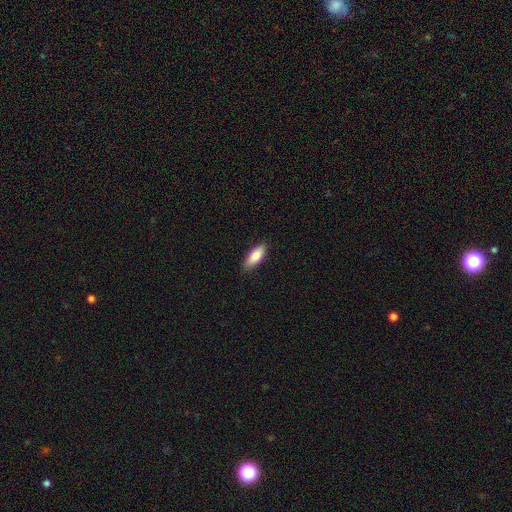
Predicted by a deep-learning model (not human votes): The model was most divided on "how rounded": in between: 75%, cigar-shaped: 23%, round: 2%. More confident: merging — none (86%); smooth or featured — smooth (85%).